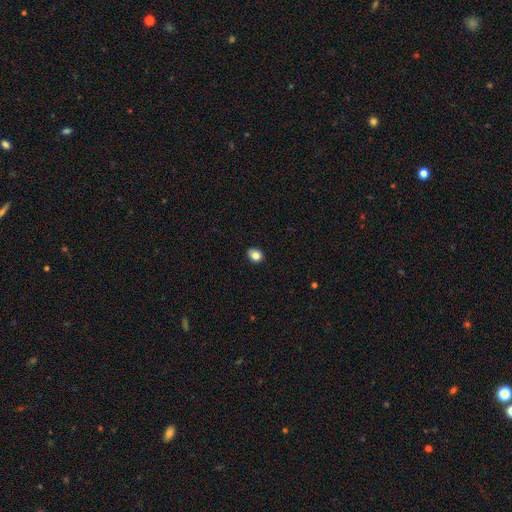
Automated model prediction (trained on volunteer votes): Smooth or featured?
  - smooth: 83% *
  - star or artifact: 10%
  - featured or disk: 7%
How rounded?
  - round: 55% *
  - in between: 44%
  - cigar-shaped: 1%
Merging?
  - none: 84% *
  - minor disturbance: 13%
  - major disturbance: 2%
  - merger: 1%